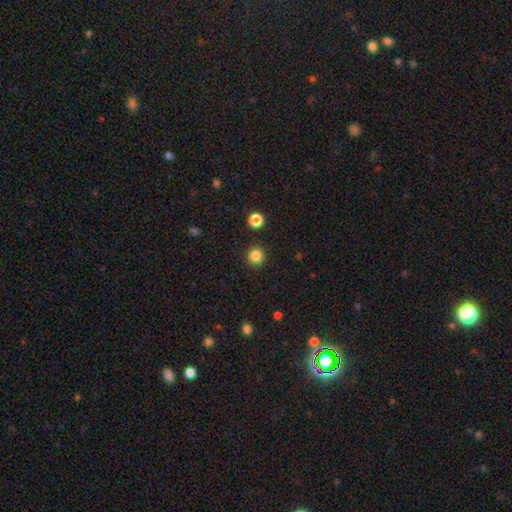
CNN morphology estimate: smooth 84%, star or artifact 12%, featured or disk 3%. Down the decision tree: how rounded — round (93%); merging — none (91%).